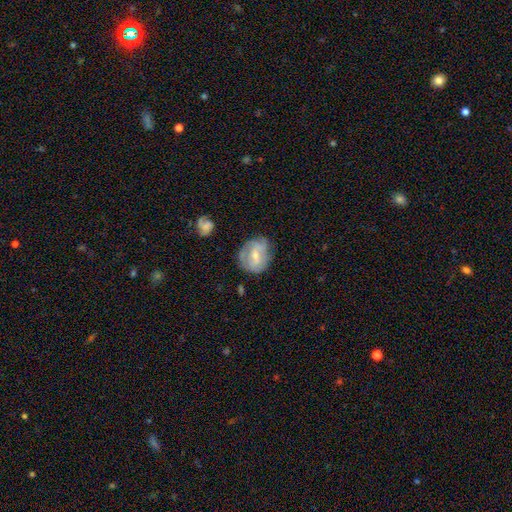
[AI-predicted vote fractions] This appears to be a featured or disk galaxy (55%) with a weak bar (45%), spiral arms (69%) and a small central bulge (49%). Merging: none (61%).